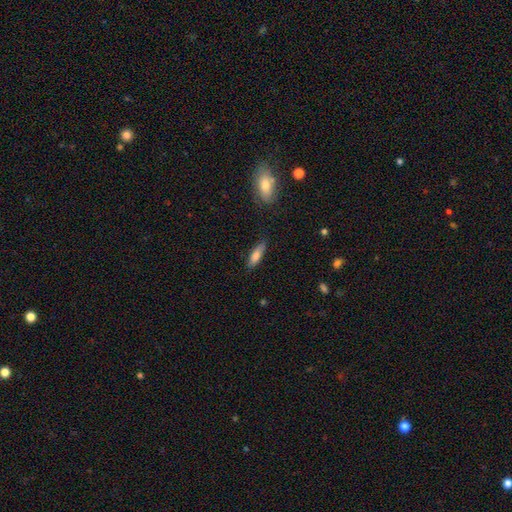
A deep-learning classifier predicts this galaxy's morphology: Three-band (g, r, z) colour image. It shows a smooth galaxy with no disk features (78%) that is cigar-shaped (50%). Merging: none (76%).